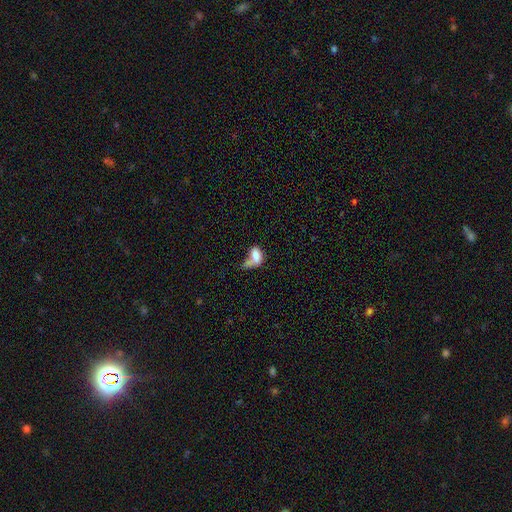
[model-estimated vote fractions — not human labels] This appears to be a smooth galaxy with no disk features (72%) that is in between round and cigar-shaped (85%). Merging: merger (33%).